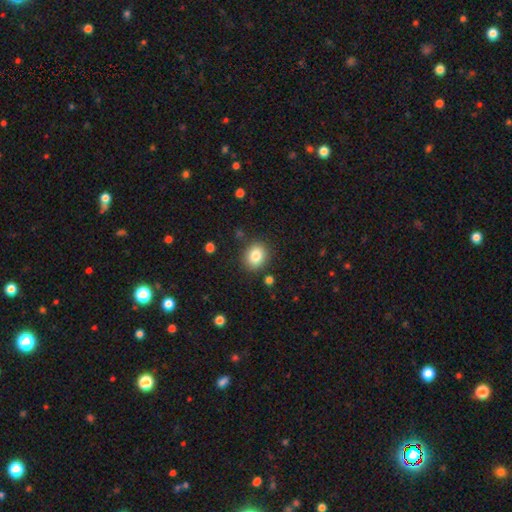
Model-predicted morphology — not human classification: Smooth or featured? Predicted: smooth (p=0.83). How rounded? Predicted: round (p=0.60). Merging? Predicted: none (p=0.85).